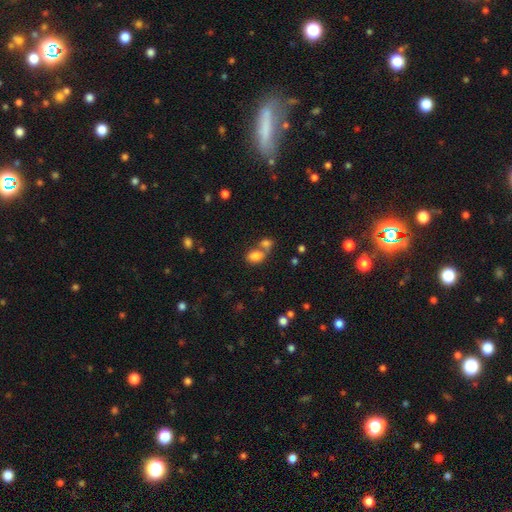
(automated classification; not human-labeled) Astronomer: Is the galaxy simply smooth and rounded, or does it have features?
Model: smooth — 81%.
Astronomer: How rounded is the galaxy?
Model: in between — 81%.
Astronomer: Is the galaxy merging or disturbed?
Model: merger — 54% (runner-up: none, 32%).